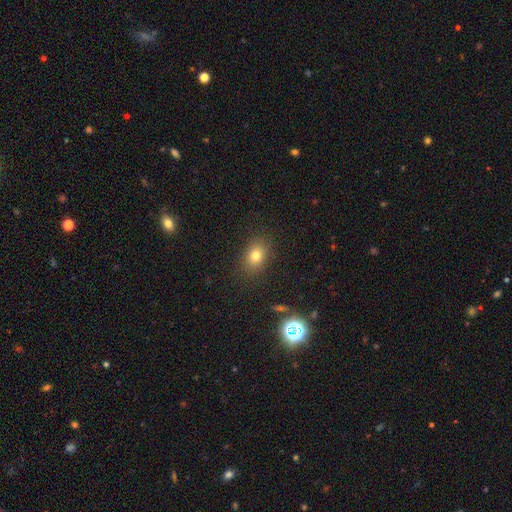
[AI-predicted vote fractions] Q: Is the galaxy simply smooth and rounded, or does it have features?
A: smooth — 76%.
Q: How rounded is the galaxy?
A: in between — 67%.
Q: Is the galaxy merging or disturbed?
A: none — 85%.